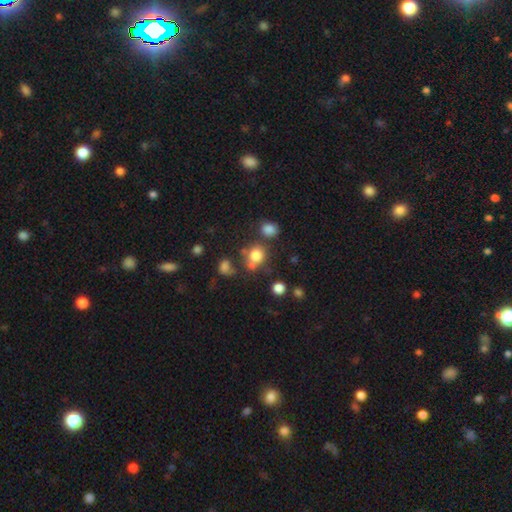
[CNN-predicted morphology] smooth 76%, star or artifact 15%, featured or disk 9%. Down the decision tree: how rounded — round (79%); merging — none (56%).